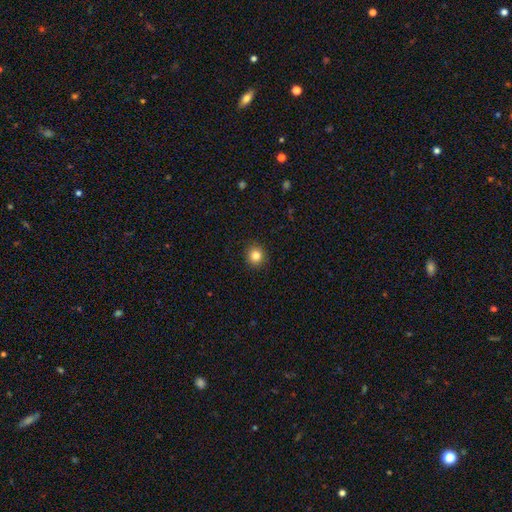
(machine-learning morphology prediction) This is clearly a smooth galaxy (84%). How rounded: clearly round (91%). Merging: clearly none (92%).